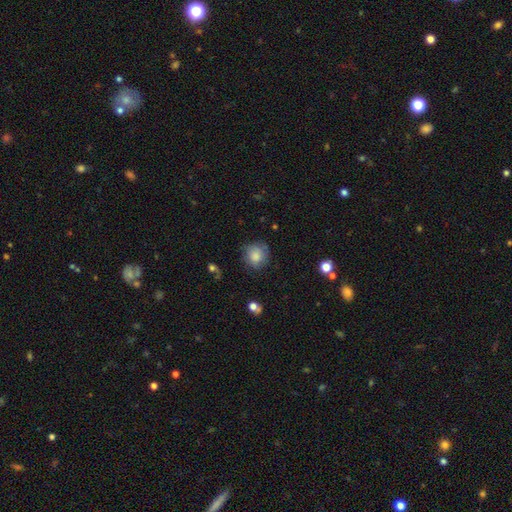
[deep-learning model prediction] Smooth or featured? Predicted: smooth (p=0.76). How rounded? Predicted: round (p=0.86). Merging? Predicted: none (p=0.71).